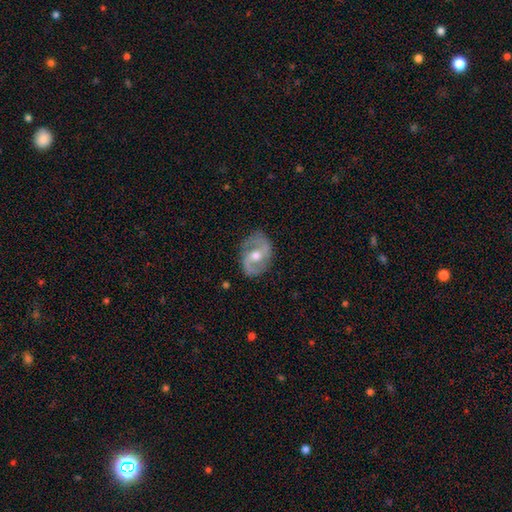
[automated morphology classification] Smooth or featured?
  - featured or disk: 83% *
  - smooth: 12%
  - star or artifact: 5%
Edge-on disk?
  - no: 97% *
  - yes: 3%
Bar?
  - weak: 45% *
  - no: 38%
  - strong: 17%
Spiral arms?
  - yes: 91% *
  - no: 9%
Spiral winding?
  - medium: 52% *
  - loose: 27%
  - tight: 20%
Spiral arm count?
  - 2: 90% *
  - can't tell: 4%
  - 1: 3%
  - 3: 1%
  - 4: 1%
  - more than 4: 1%
Bulge size?
  - moderate: 76% *
  - small: 15%
  - large: 8%
  - none: 1%
  - dominant: 1%
Merging?
  - none: 79% *
  - minor disturbance: 15%
  - major disturbance: 5%
  - merger: 1%